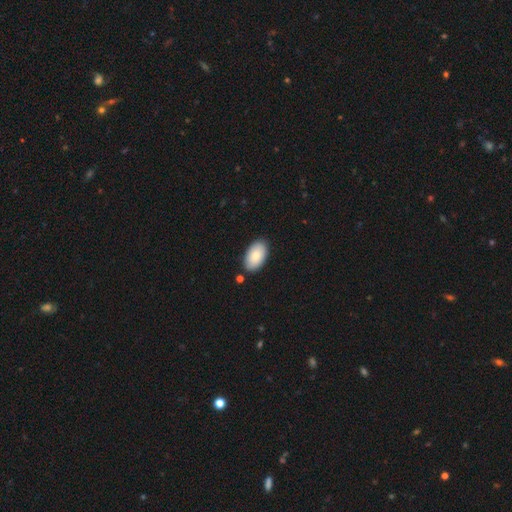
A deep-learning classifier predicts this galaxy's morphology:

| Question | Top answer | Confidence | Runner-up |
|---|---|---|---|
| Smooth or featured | smooth | 84% | featured or disk (10%) |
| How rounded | in between | 95% | round (3%) |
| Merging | none | 86% | minor disturbance (10%) |